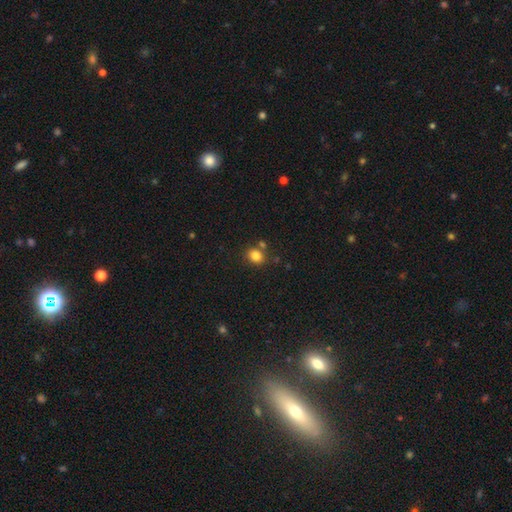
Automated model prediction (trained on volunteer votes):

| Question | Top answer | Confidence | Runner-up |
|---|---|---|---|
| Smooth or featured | smooth | 83% | star or artifact (12%) |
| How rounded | round | 58% | in between (41%) |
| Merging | none | 74% | merger (11%) |